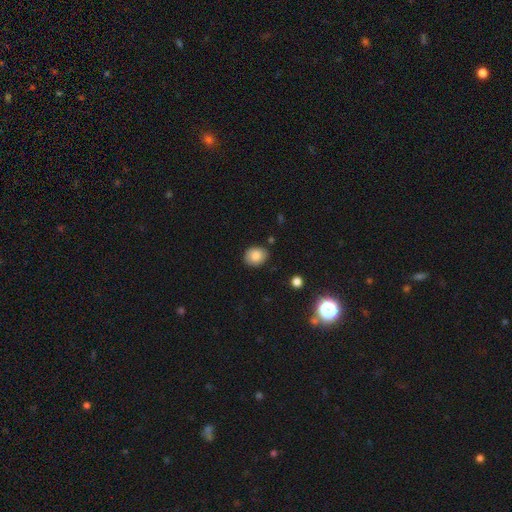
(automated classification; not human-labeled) Smooth or featured: smooth — 82% (featured or disk — 10%)
How rounded: in between — 54% (round — 45%)
Merging: none — 83% (minor disturbance — 13%)